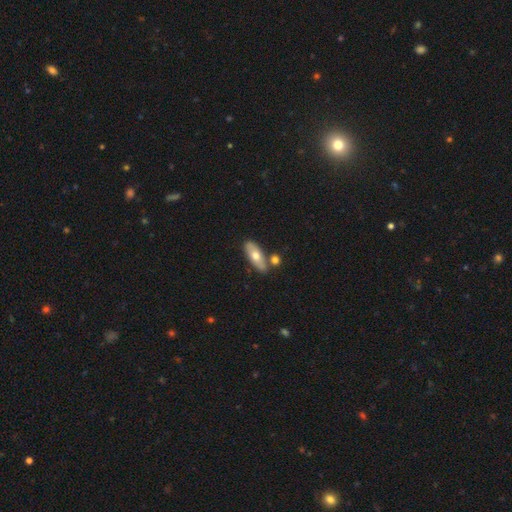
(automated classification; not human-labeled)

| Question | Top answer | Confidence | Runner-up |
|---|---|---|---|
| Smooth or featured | smooth | 61% | featured or disk (33%) |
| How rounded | in between | 72% | cigar-shaped (24%) |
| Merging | none | 72% | merger (13%) |